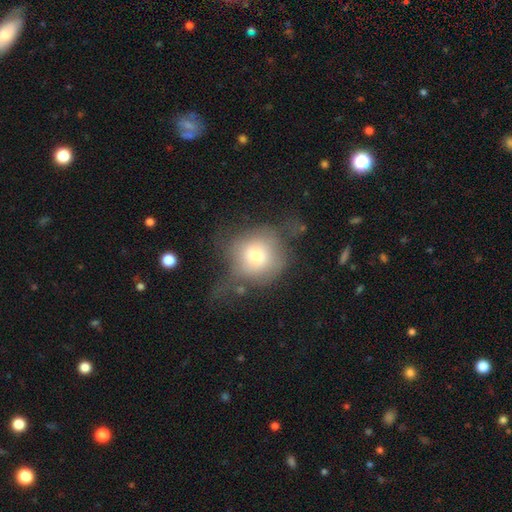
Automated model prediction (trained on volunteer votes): Morphology: type=smooth (64%); roundness=round (82%); merging=major disturbance (35%).